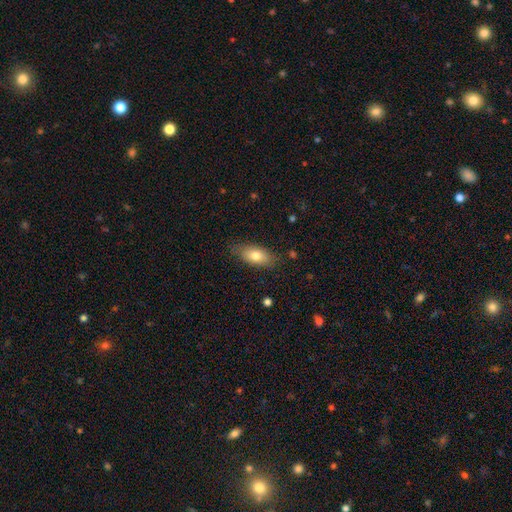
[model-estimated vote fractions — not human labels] The model was most divided on "smooth or featured": smooth: 78%, featured or disk: 15%, star or artifact: 7%. More confident: how rounded — in between (85%); merging — none (81%).